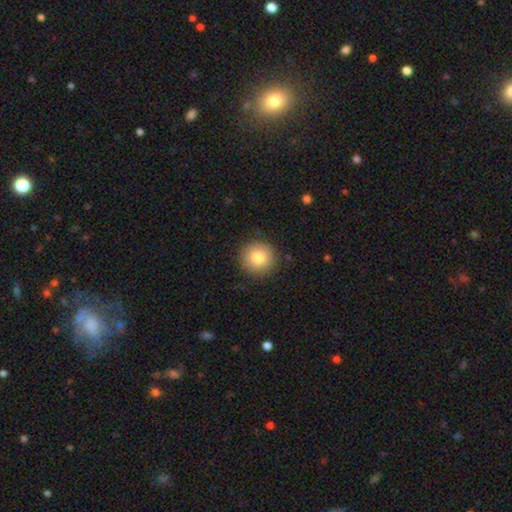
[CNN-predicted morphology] smooth-or-featured: smooth: 82% | star or artifact: 9% | featured or disk: 9%
  how-rounded: round: 93% | in between: 6% | cigar-shaped: 1%
  merging: none: 89% | minor disturbance: 7% | major disturbance: 2% | merger: 1%